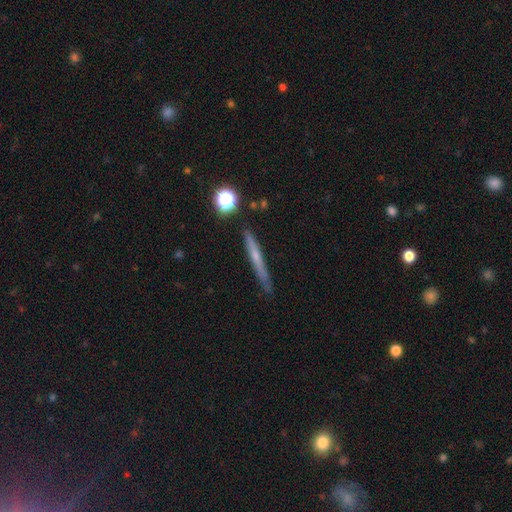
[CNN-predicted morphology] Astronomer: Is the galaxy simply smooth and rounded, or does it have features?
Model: featured or disk — 50% (runner-up: smooth, 41%).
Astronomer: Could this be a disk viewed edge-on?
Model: yes — 95%.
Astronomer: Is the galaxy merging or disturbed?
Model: none — 85%.